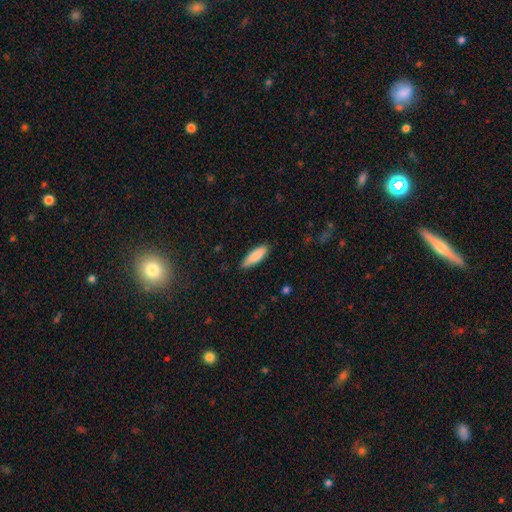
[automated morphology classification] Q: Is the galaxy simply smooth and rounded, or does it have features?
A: smooth — 87%.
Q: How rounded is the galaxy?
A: in between — 50%.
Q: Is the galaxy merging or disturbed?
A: none — 86%.